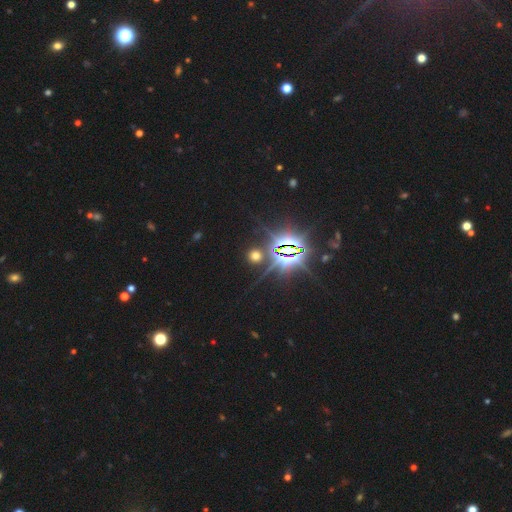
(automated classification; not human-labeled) A star or artifact, not a galaxy (56%).